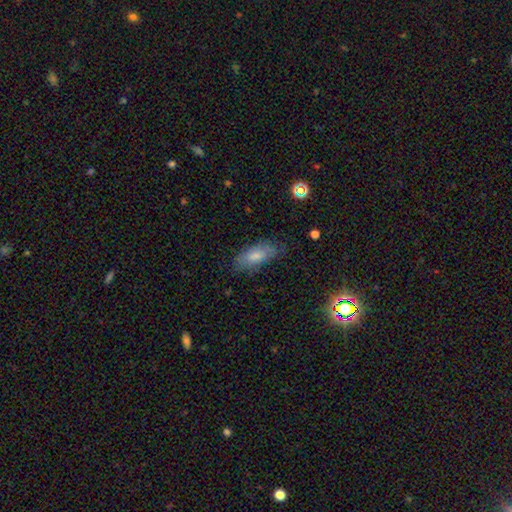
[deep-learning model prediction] A smooth galaxy with no disk features (76%) that is in between round and cigar-shaped (81%). Merging: none (73%).